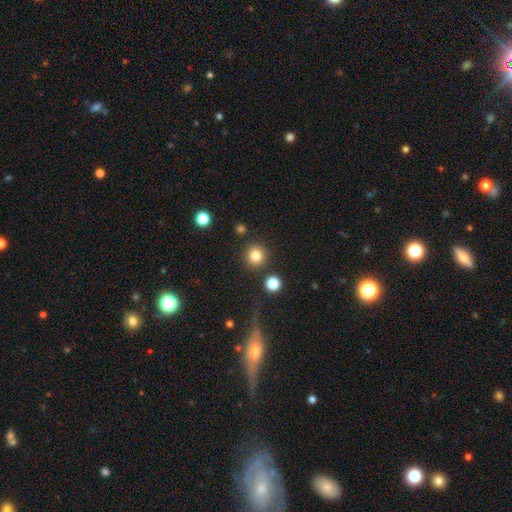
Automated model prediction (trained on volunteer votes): A smooth galaxy with no disk features (83%) that is round (94%).

Vote fractions:
- Smooth or featured? smooth: 83% / star or artifact: 12% / featured or disk: 5%
- How rounded? round: 94% / in between: 5% / cigar-shaped: 1%
- Merging? none: 87% / minor disturbance: 6% / merger: 4% / major disturbance: 3%